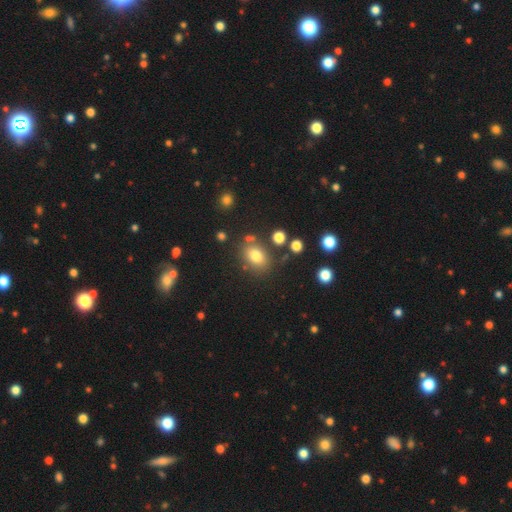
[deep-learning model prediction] smooth 76%, star or artifact 13%, featured or disk 11%. Down the decision tree: how rounded — in between (63%); merging — none (74%).